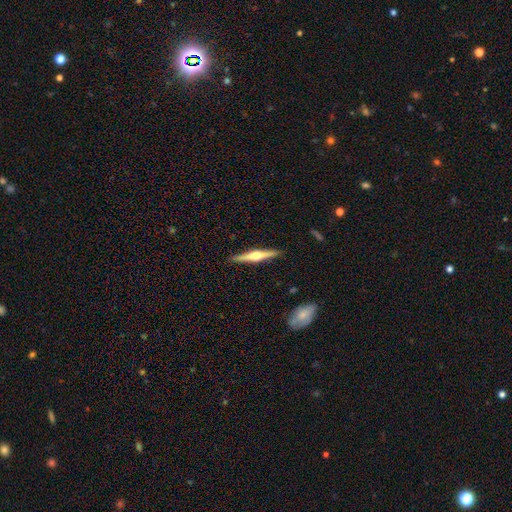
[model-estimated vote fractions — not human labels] The model was most divided on "smooth or featured": featured or disk: 69%, smooth: 26%, star or artifact: 5%. More confident: edge-on disk — yes (98%); merging — none (91%); edge-on bulge — rounded (91%).